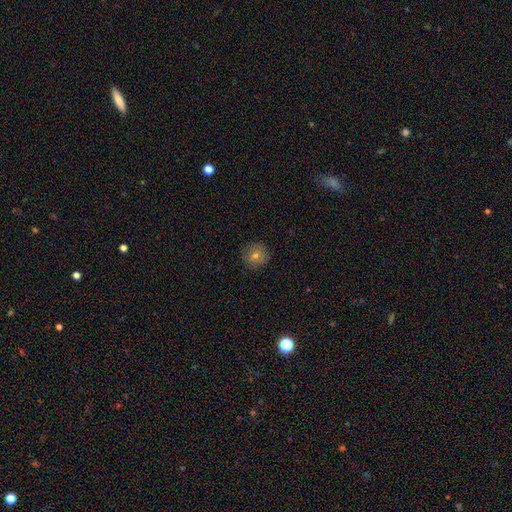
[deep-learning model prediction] Morphology: type=smooth (67%); roundness=round (93%); merging=none (88%).